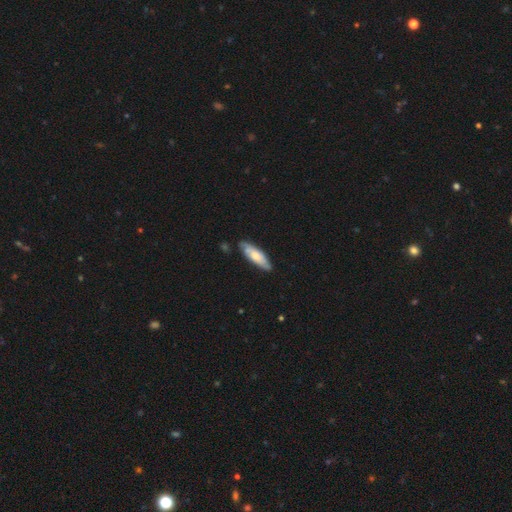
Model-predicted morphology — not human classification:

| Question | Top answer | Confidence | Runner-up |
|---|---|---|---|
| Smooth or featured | smooth | 58% | featured or disk (36%) |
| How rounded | cigar-shaped | 52% | in between (46%) |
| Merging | none | 78% | minor disturbance (17%) |